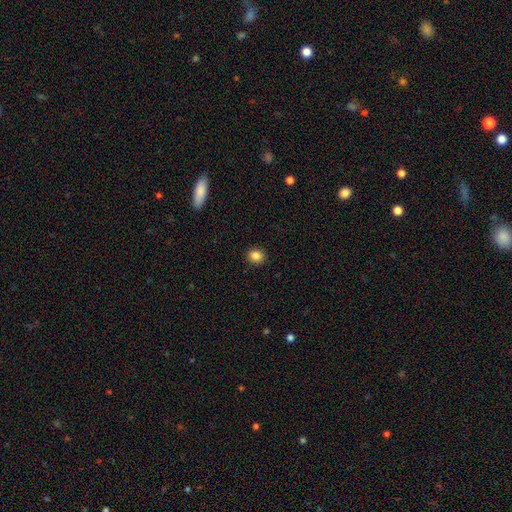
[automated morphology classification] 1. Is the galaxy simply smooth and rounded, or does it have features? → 85% smooth, 10% star or artifact, 5% featured or disk.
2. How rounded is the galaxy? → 70% round, 29% in between, 1% cigar-shaped.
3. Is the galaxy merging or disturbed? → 91% none, 6% minor disturbance, 2% major disturbance, 1% merger.